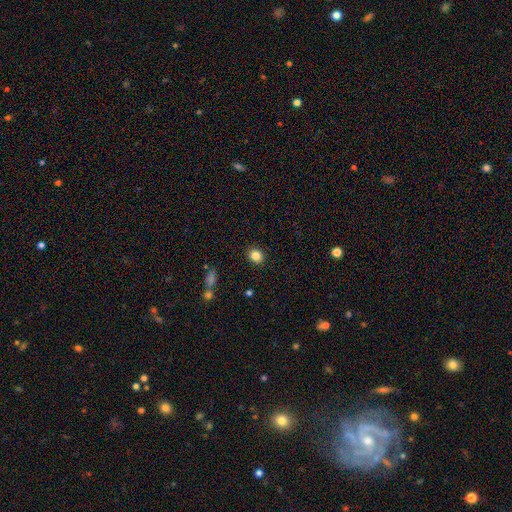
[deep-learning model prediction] smooth_or_featured: smooth (p=0.84) [alt: star or artifact p=0.11]
how_rounded: round (p=0.67) [alt: in between p=0.31]
merging: none (p=0.90) [alt: minor disturbance p=0.07]